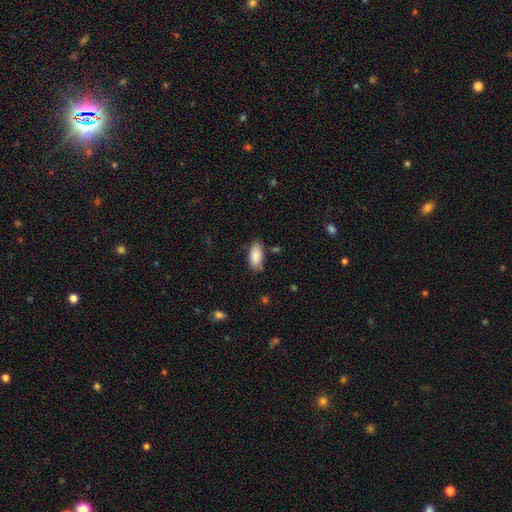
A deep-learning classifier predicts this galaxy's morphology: smooth 87%, featured or disk 6%, star or artifact 6%. Down the decision tree: how rounded — in between (92%); merging — none (77%).